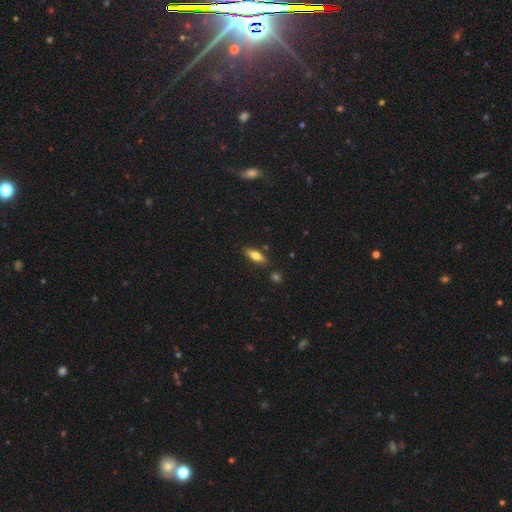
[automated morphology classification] Q: Smooth or featured?
A: smooth (64%); runner-up: featured or disk (29%)
Q: How rounded?
A: in between (58%); runner-up: cigar-shaped (39%)
Q: Merging?
A: none (83%); runner-up: minor disturbance (11%)